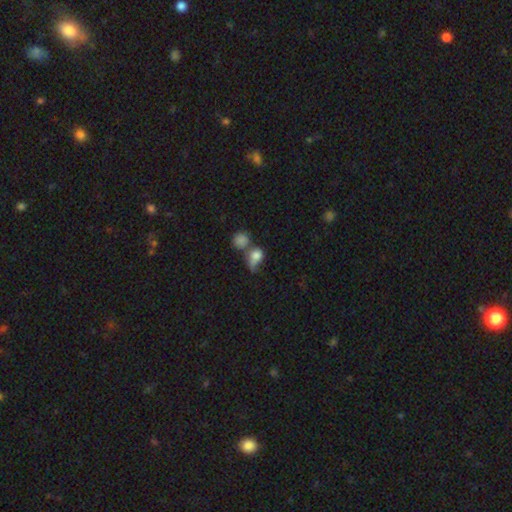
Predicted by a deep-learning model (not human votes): This appears to be a smooth galaxy with no disk features (75%) that is round (53%). Merging: merger (43%).